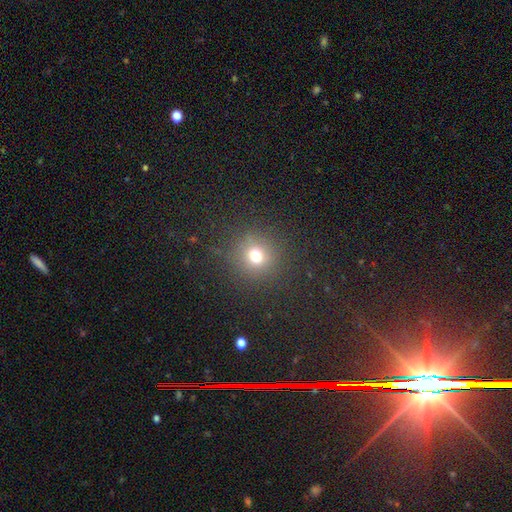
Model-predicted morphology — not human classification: smooth 69%, star or artifact 22%, featured or disk 9%. Down the decision tree: how rounded — round (91%); merging — none (87%).